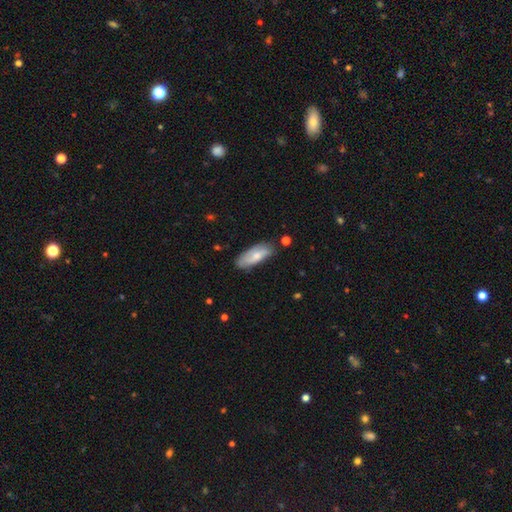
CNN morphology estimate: Q: Smooth or featured?
A: smooth (59%); runner-up: featured or disk (35%)
Q: How rounded?
A: in between (75%); runner-up: cigar-shaped (23%)
Q: Merging?
A: none (71%); runner-up: minor disturbance (22%)